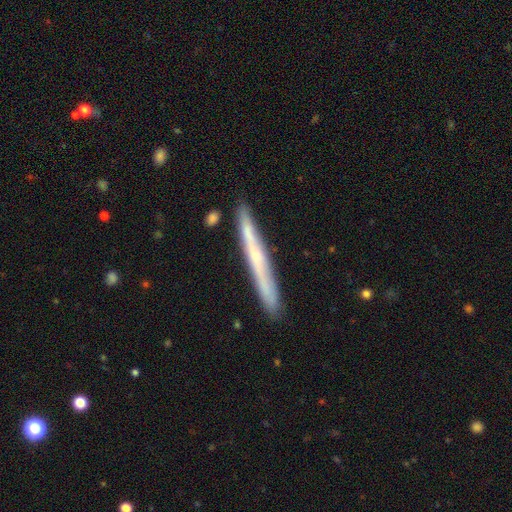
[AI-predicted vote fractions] Smooth or featured? Predicted: featured or disk (p=0.53). Edge-on disk? Predicted: yes (p=0.95). Edge-on bulge? Predicted: none (p=0.67). Merging? Predicted: none (p=0.89).